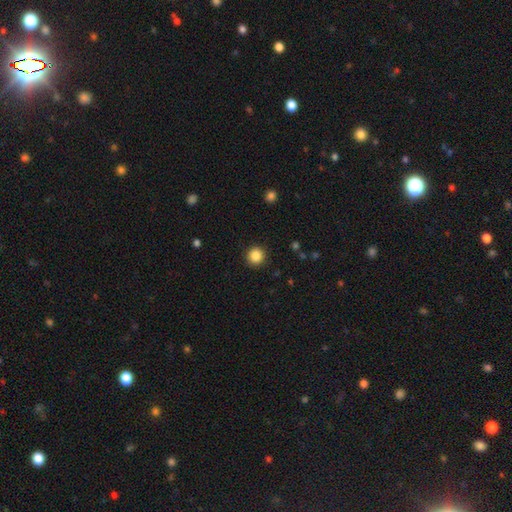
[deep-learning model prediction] Smooth or featured? smooth (86%)
How rounded? round (94%)
Merging? none (92%)